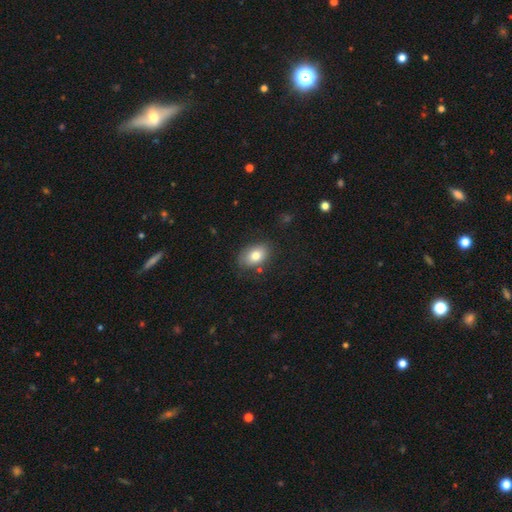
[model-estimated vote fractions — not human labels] Smooth or featured? Predicted: smooth (p=0.79). How rounded? Predicted: in between (p=0.84). Merging? Predicted: none (p=0.78).